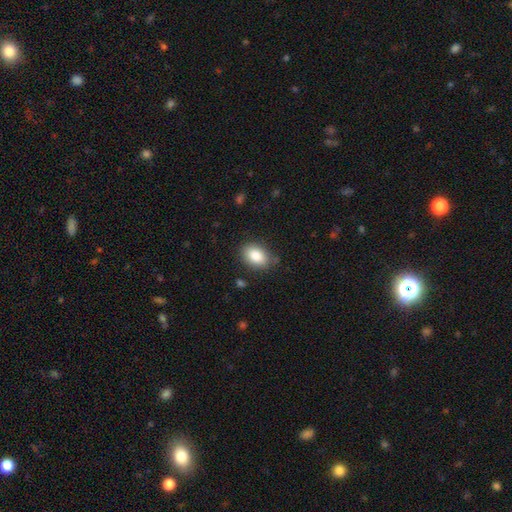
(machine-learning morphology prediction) Smooth or featured?
  - smooth: 86% *
  - star or artifact: 7%
  - featured or disk: 7%
How rounded?
  - in between: 87% *
  - round: 12%
  - cigar-shaped: 1%
Merging?
  - none: 80% *
  - minor disturbance: 15%
  - major disturbance: 4%
  - merger: 2%